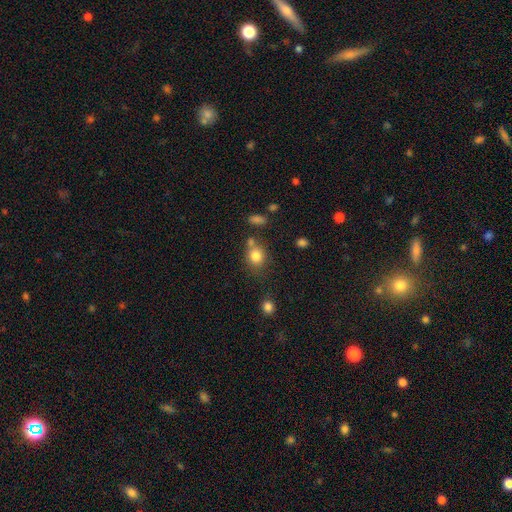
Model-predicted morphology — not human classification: Smooth or featured? Predicted: smooth (p=0.81). How rounded? Predicted: round (p=0.69). Merging? Predicted: none (p=0.61).